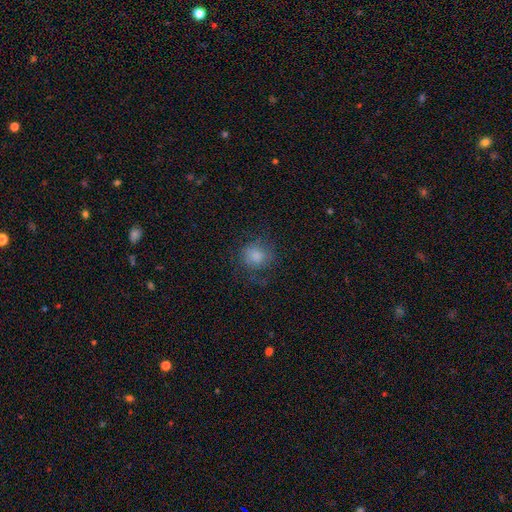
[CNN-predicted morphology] Q: Smooth or featured?
A: smooth (79%); runner-up: star or artifact (10%)
Q: How rounded?
A: round (84%); runner-up: in between (15%)
Q: Merging?
A: none (67%); runner-up: minor disturbance (19%)